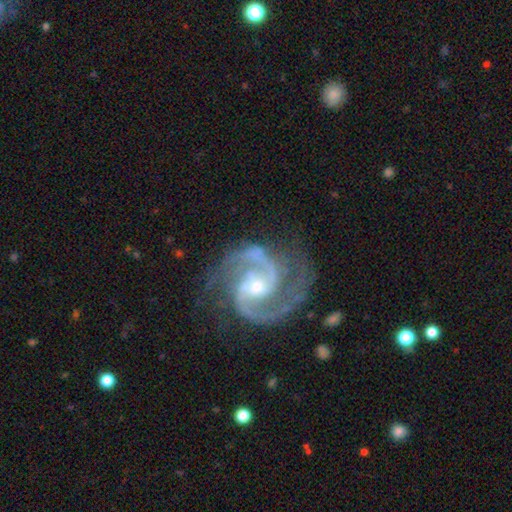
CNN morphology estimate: A featured or disk galaxy (92%) with a weak bar (44%), 2 (89%) medium (62%) spiral arms (98%) and a small central bulge (58%).

Vote fractions:
- Smooth or featured? featured or disk: 92% / star or artifact: 5% / smooth: 3%
- Edge-on disk? no: 98% / yes: 2%
- Bar? weak: 44% / no: 38% / strong: 18%
- Spiral arms? yes: 98% / no: 2%
- Spiral winding? medium: 62% / tight: 22% / loose: 17%
- Spiral arm count? 2: 89% / 3: 3% / can't tell: 2% / 1: 2% / 4: 2% / more than 4: 2%
- Bulge size? small: 58% / moderate: 37% / large: 2% / none: 2% / dominant: 1%
- Merging? none: 69% / minor disturbance: 17% / major disturbance: 11% / merger: 3%